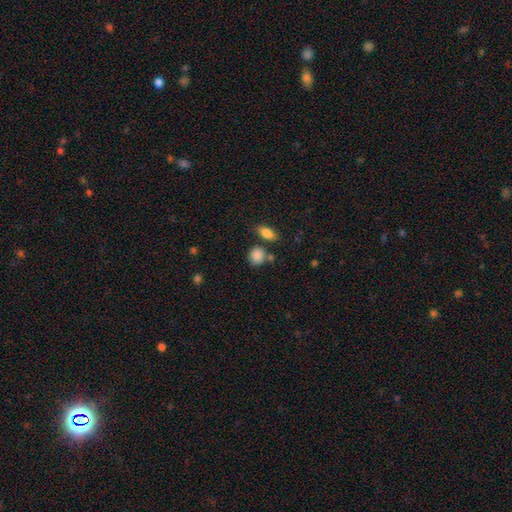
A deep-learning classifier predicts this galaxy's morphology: A smooth galaxy with no disk features (87%) that is round (73%). Merging: none (68%).